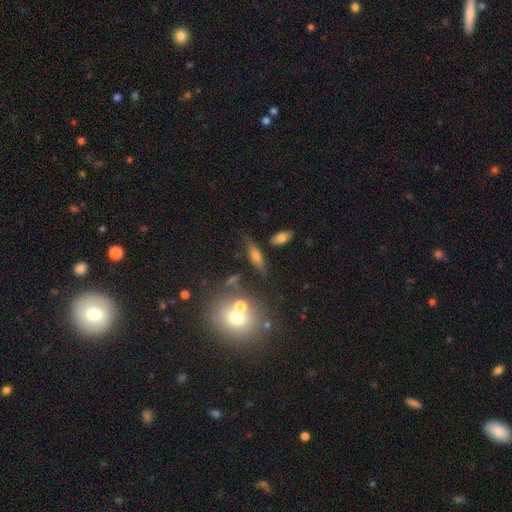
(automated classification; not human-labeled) smooth 45%, featured or disk 39%, star or artifact 16%. Down the decision tree: merging — none (63%).